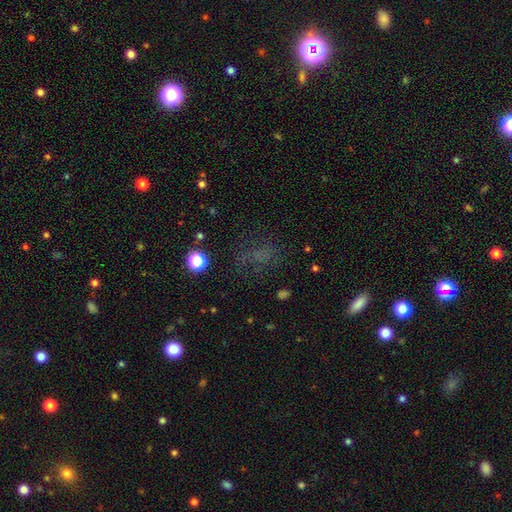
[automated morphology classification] smooth 47%, star or artifact 34%, featured or disk 19%. Down the decision tree: merging — none (62%).